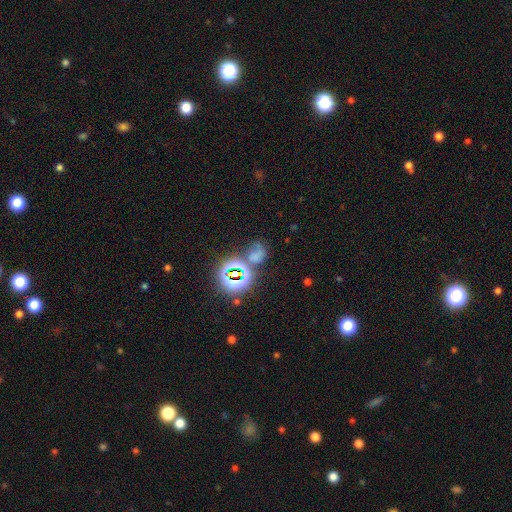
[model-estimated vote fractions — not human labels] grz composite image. It shows a star or artifact, not a galaxy (43%, tied with smooth).